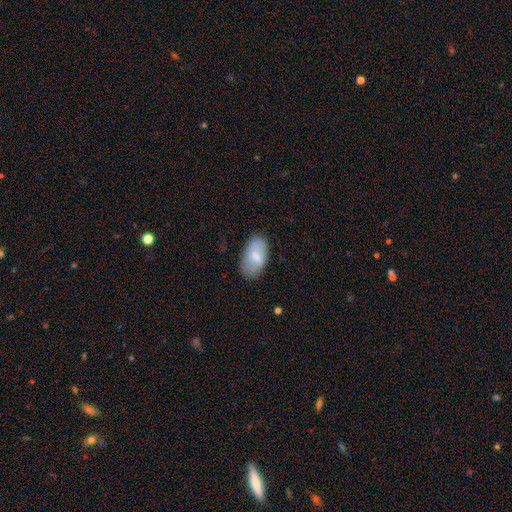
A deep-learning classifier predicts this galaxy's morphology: Smooth or featured?
  - smooth: 73% *
  - featured or disk: 21%
  - star or artifact: 6%
How rounded?
  - in between: 94% *
  - round: 4%
  - cigar-shaped: 2%
Merging?
  - none: 81% *
  - minor disturbance: 14%
  - major disturbance: 3%
  - merger: 1%